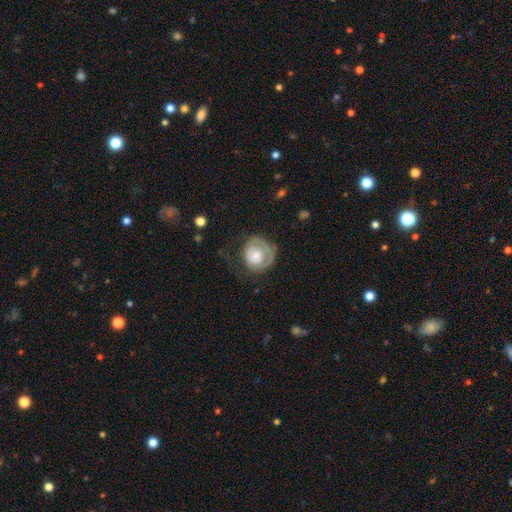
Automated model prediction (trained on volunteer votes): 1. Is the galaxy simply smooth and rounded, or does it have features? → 52% featured or disk, 42% smooth, 6% star or artifact.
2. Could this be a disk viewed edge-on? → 97% no, 3% yes.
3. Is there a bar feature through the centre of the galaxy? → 81% no, 16% weak, 3% strong.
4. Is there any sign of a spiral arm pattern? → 62% yes, 38% no.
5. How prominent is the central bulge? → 43% moderate, 31% small, 16% large, 7% none, 3% dominant.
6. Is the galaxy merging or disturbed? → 48% none, 27% major disturbance, 23% minor disturbance, 2% merger.